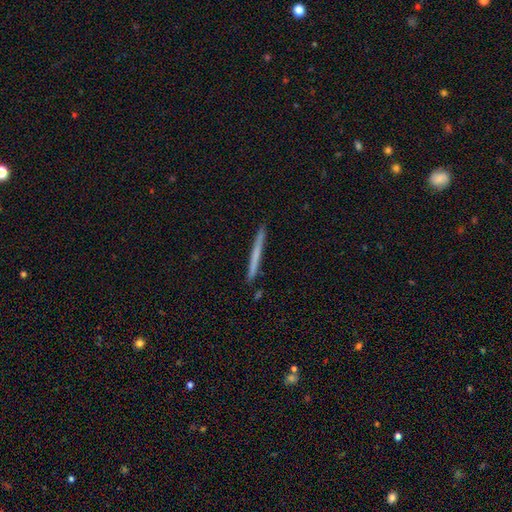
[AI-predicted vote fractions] A smooth galaxy with no disk features (59%) that is cigar-shaped (97%).

Vote fractions:
- Smooth or featured? smooth: 59% / featured or disk: 35% / star or artifact: 5%
- How rounded? cigar-shaped: 97% / in between: 1% / round: 1%
- Merging? none: 91% / minor disturbance: 7% / merger: 2% / major disturbance: 1%